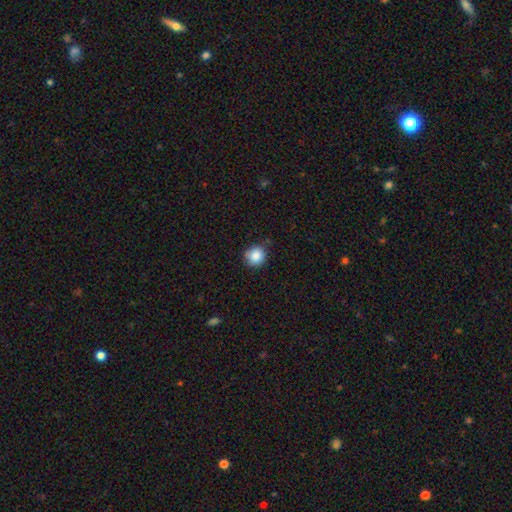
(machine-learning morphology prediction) smooth-or-featured: smooth: 86% | star or artifact: 9% | featured or disk: 4%
  how-rounded: round: 89% | in between: 10% | cigar-shaped: 1%
  merging: none: 77% | minor disturbance: 18% | major disturbance: 3% | merger: 2%